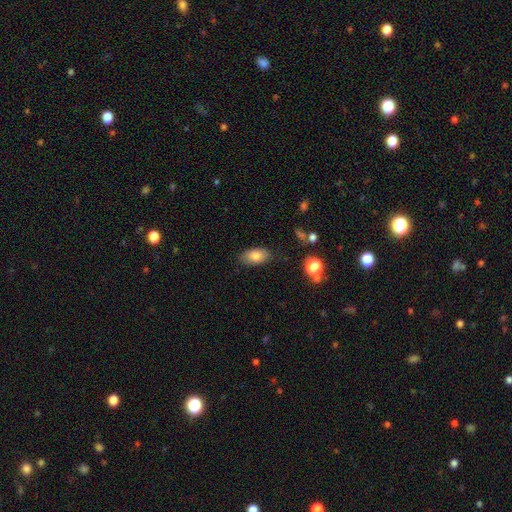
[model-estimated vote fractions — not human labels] Smooth or featured: smooth — 82% (featured or disk — 10%)
How rounded: in between — 92% (round — 5%)
Merging: none — 83% (minor disturbance — 12%)